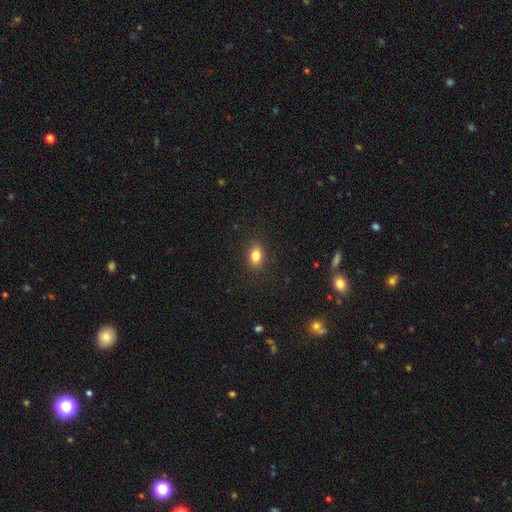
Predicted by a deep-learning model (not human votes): smooth-or-featured: smooth: 83% | star or artifact: 10% | featured or disk: 7%
  how-rounded: in between: 77% | round: 21% | cigar-shaped: 2%
  merging: none: 87% | minor disturbance: 9% | major disturbance: 3% | merger: 1%